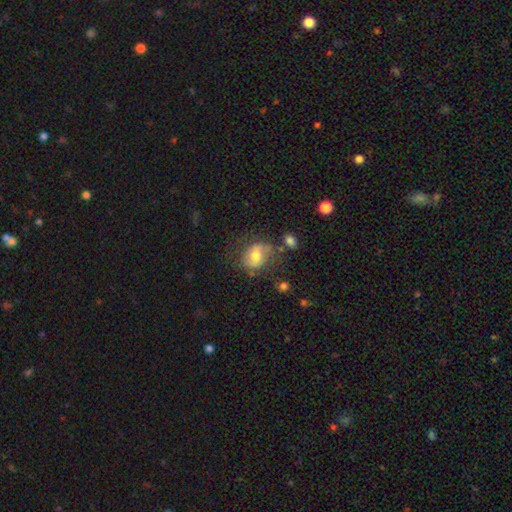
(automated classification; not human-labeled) Q: Smooth or featured?
A: smooth (53%); runner-up: featured or disk (38%)
Q: How rounded?
A: in between (55%); runner-up: round (44%)
Q: Merging?
A: none (59%); runner-up: minor disturbance (23%)